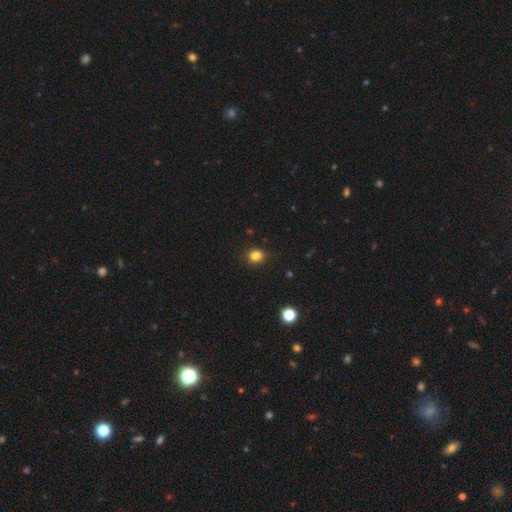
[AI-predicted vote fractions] smooth 83%, star or artifact 13%, featured or disk 4%. Down the decision tree: how rounded — round (66%); merging — none (83%).